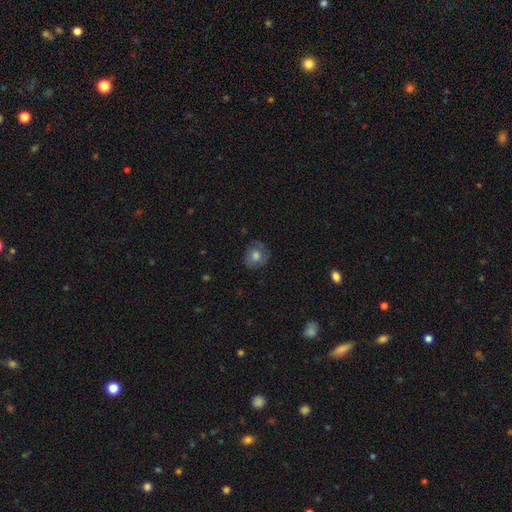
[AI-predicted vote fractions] This appears to be a smooth galaxy with no disk features (69%) that is round (75%). Merging: none (71%).